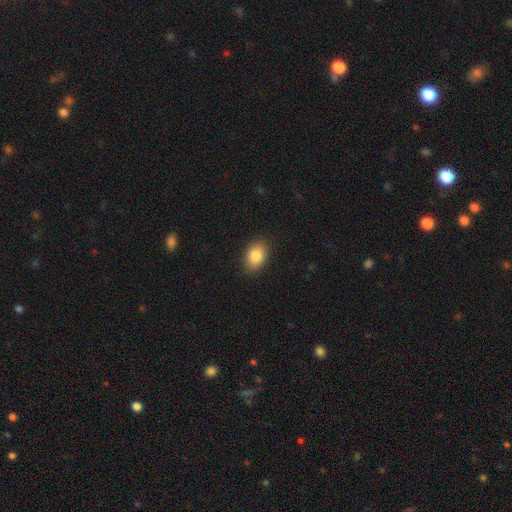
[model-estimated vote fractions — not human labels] smooth 86%, star or artifact 8%, featured or disk 6%. Down the decision tree: how rounded — in between (83%); merging — none (87%).